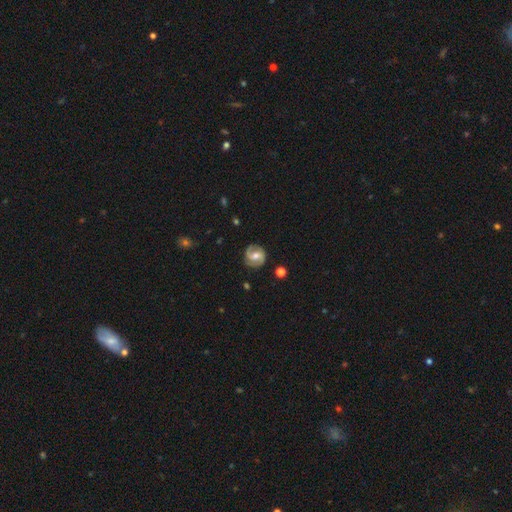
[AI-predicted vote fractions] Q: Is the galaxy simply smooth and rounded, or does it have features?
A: featured or disk — 74%.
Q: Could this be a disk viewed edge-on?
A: no — 98%.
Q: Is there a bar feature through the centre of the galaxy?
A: weak — 47%.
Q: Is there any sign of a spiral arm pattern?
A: yes — 92%.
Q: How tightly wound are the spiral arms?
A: medium — 46%.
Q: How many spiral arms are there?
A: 2 — 88%.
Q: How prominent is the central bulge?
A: moderate — 71%.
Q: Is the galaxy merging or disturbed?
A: none — 83%.